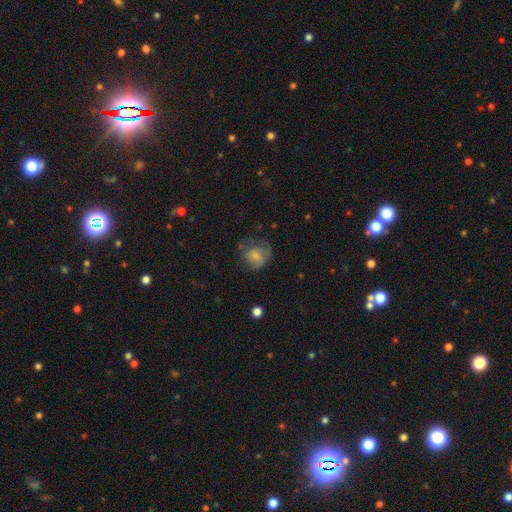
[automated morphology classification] smooth_or_featured: smooth (p=0.67) [alt: featured or disk p=0.24]
how_rounded: round (p=0.69) [alt: in between p=0.30]
merging: none (p=0.45) [alt: minor disturbance p=0.28]